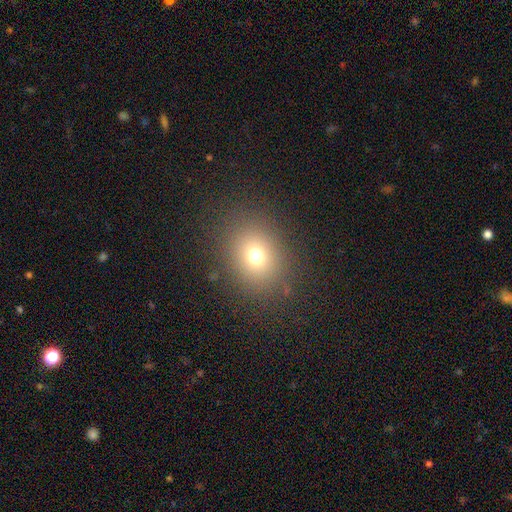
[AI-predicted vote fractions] A smooth galaxy with no disk features (70%) that is round (63%).

Vote fractions:
- Smooth or featured? smooth: 70% / star or artifact: 19% / featured or disk: 10%
- How rounded? round: 63% / in between: 36% / cigar-shaped: 1%
- Merging? none: 85% / minor disturbance: 9% / major disturbance: 6% / merger: 1%